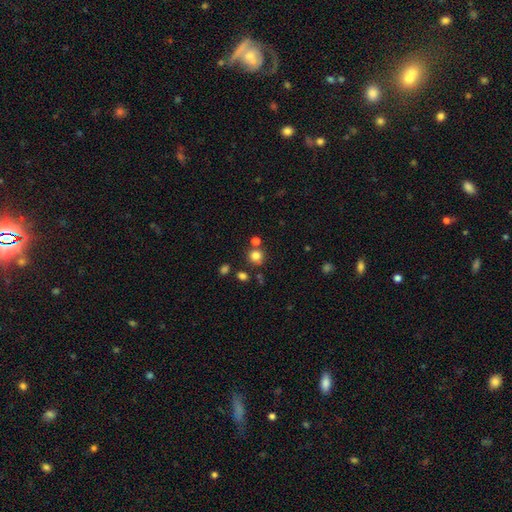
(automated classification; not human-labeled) A smooth galaxy with no disk features (80%) that is round (90%). Merging: none (75%).